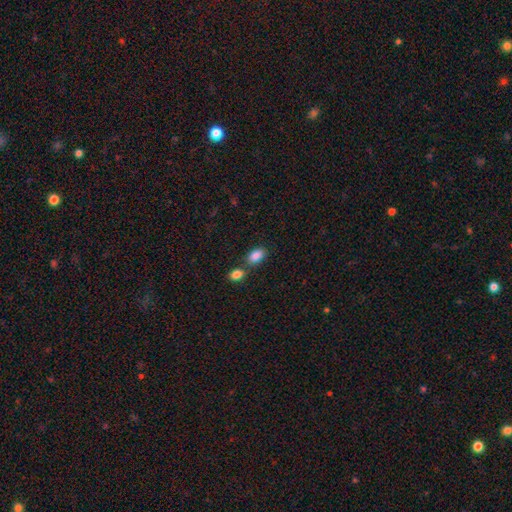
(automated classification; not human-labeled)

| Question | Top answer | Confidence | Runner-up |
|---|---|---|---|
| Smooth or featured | smooth | 86% | star or artifact (8%) |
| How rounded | in between | 90% | round (8%) |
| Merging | none | 60% | merger (26%) |